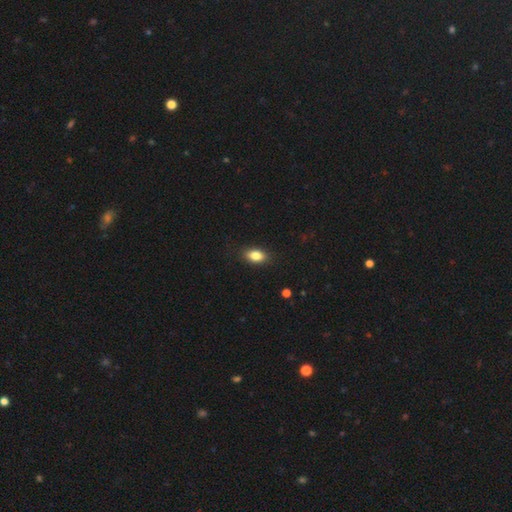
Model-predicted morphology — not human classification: A smooth galaxy with no disk features (83%) that is in between round and cigar-shaped (86%). Merging: none (87%).